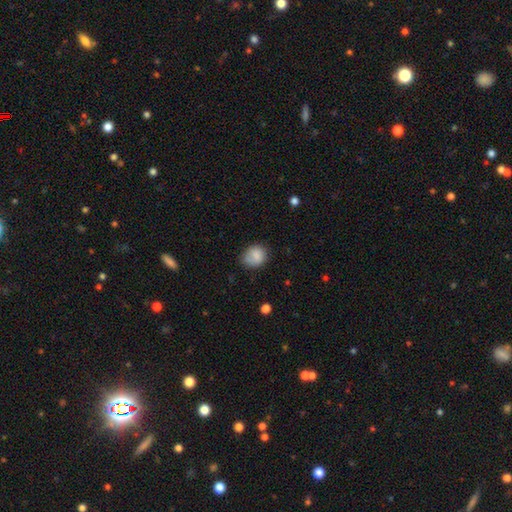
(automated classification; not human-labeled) Smooth or featured? Predicted: smooth (p=0.84). How rounded? Predicted: round (p=0.65). Merging? Predicted: none (p=0.64).